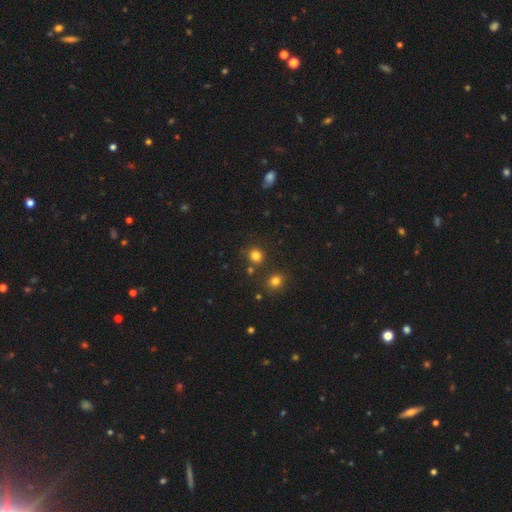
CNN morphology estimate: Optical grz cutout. It shows a smooth galaxy with no disk features (80%) that is round (87%). Merging: none (81%).